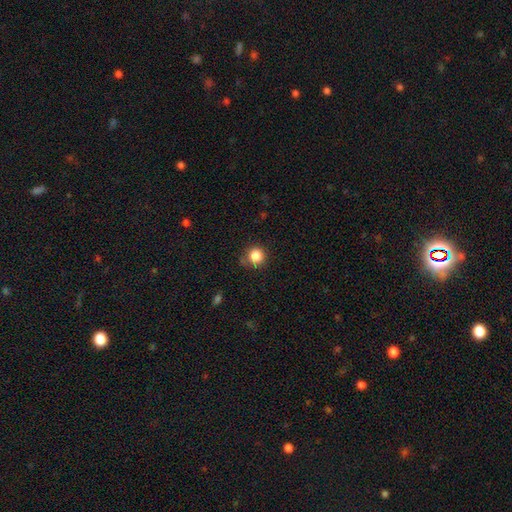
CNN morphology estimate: This appears to be a smooth galaxy with no disk features (85%) that is round (93%). Merging: none (78%).